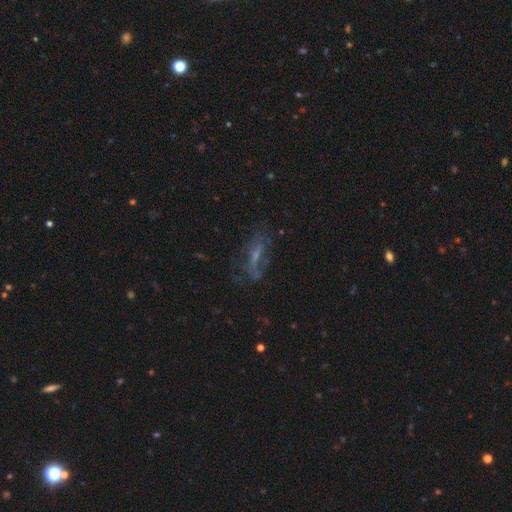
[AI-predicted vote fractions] A featured or disk galaxy (52%). Merging: none (55%).